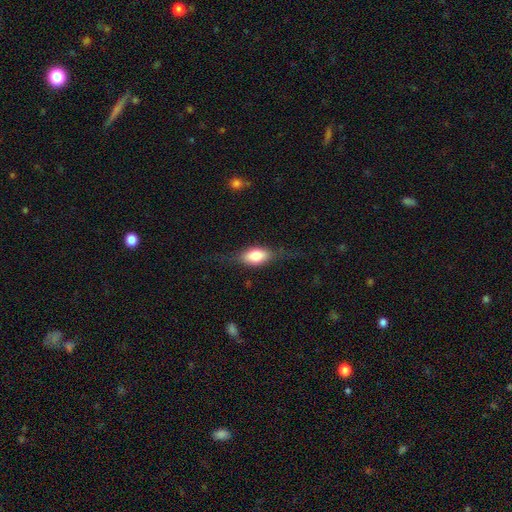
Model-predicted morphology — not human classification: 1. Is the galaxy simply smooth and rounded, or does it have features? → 66% smooth, 28% featured or disk, 7% star or artifact.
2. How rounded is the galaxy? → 81% in between, 12% cigar-shaped, 7% round.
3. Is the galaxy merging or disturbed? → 71% none, 18% minor disturbance, 9% major disturbance, 1% merger.